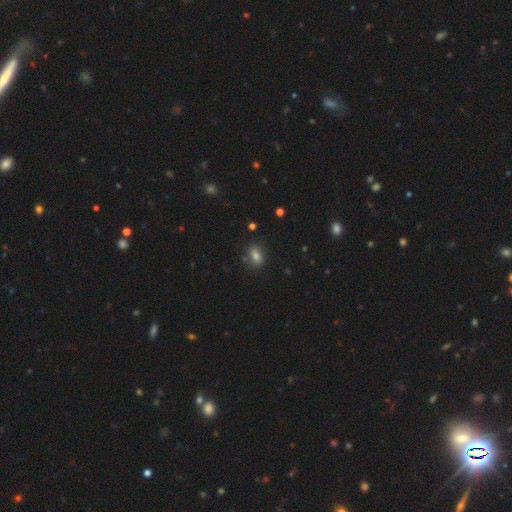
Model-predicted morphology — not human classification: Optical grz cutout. It shows a smooth galaxy with no disk features (80%) that is in between round and cigar-shaped (76%). Merging: none (80%).